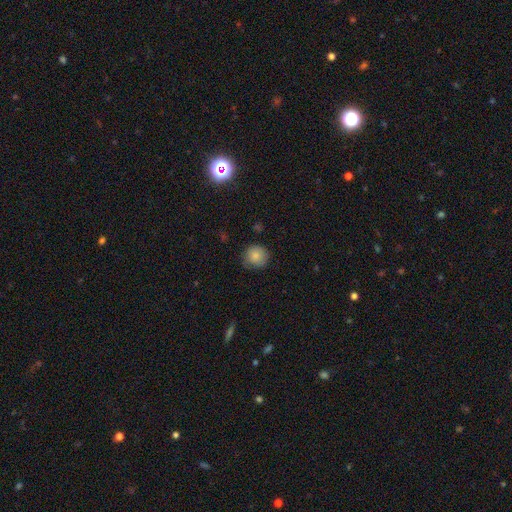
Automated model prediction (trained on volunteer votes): Smooth or featured? Predicted: smooth (p=0.85). How rounded? Predicted: round (p=0.91). Merging? Predicted: none (p=0.77).